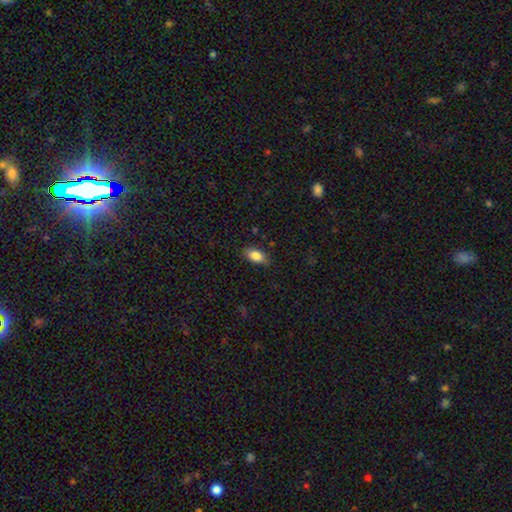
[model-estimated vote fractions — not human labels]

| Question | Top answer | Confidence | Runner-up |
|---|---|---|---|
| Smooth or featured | smooth | 85% | featured or disk (8%) |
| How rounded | in between | 91% | round (5%) |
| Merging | none | 82% | minor disturbance (14%) |